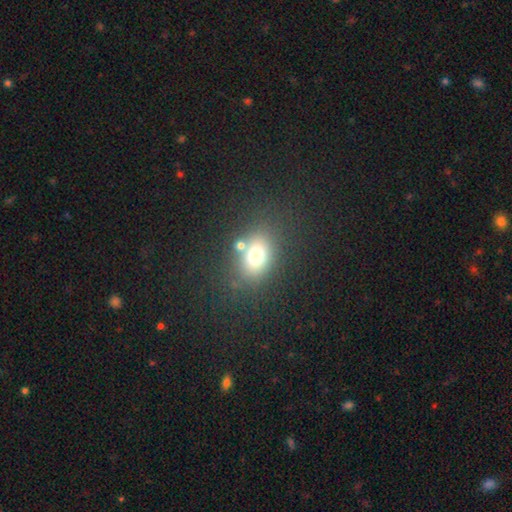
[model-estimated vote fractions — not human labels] Morphology: type=smooth (70%); roundness=in between (62%); merging=none (67%).